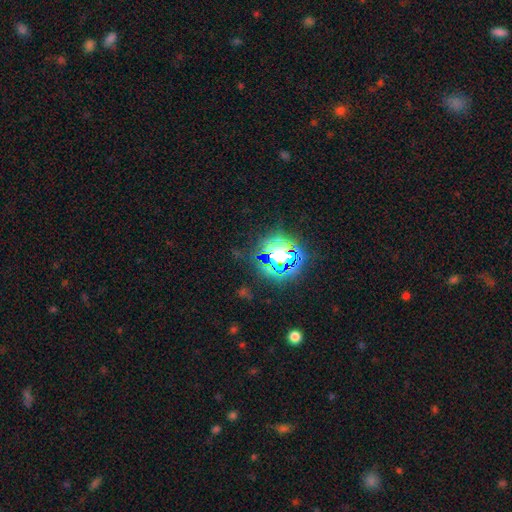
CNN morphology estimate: This is likely a star or artifact rather than a galaxy (78%).